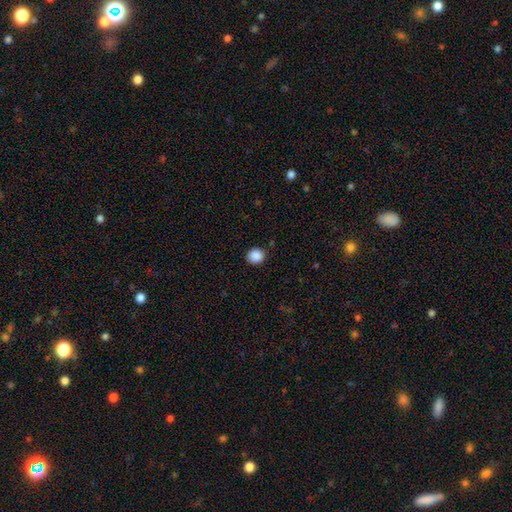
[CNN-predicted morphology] smooth-or-featured: smooth: 88% | star or artifact: 9% | featured or disk: 2%
  how-rounded: round: 83% | in between: 17% | cigar-shaped: 1%
  merging: none: 90% | minor disturbance: 7% | major disturbance: 2% | merger: 1%